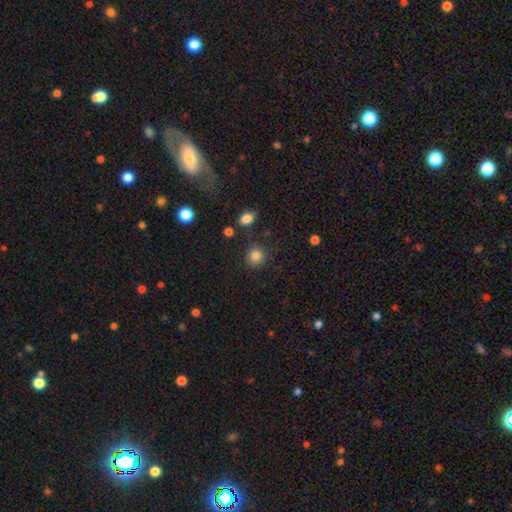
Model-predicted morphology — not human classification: A smooth galaxy with no disk features (85%) that is round (85%). Merging: none (84%).